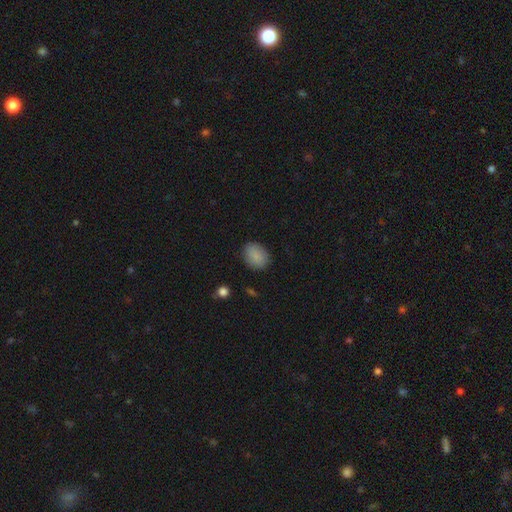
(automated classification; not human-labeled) smooth_or_featured: smooth (p=0.88) [alt: star or artifact p=0.08]
how_rounded: in between (p=0.67) [alt: round p=0.32]
merging: none (p=0.84) [alt: minor disturbance p=0.12]